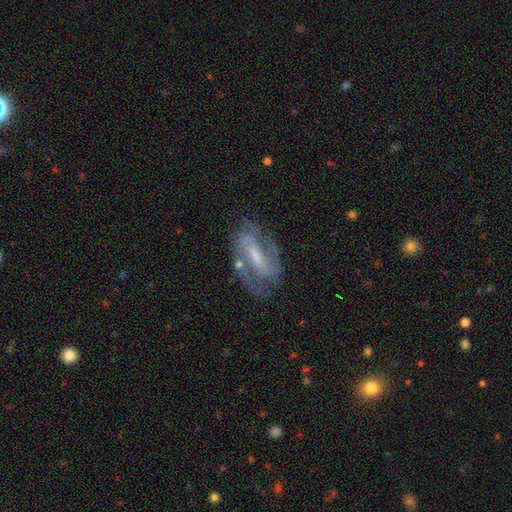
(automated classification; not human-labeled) featured or disk 86%, smooth 8%, star or artifact 6%. Down the decision tree: edge-on disk — no (95%); bar — strong (52%); spiral arms — yes (95%); spiral arm count — 2 (86%); spiral winding — medium (53%); bulge size — small (49%); merging — none (71%).